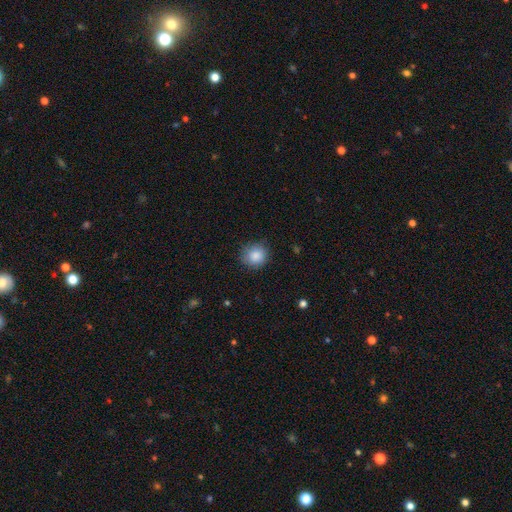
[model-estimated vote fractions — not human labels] smooth_or_featured: smooth (p=0.87) [alt: star or artifact p=0.09]
how_rounded: round (p=0.86) [alt: in between p=0.13]
merging: none (p=0.82) [alt: minor disturbance p=0.14]